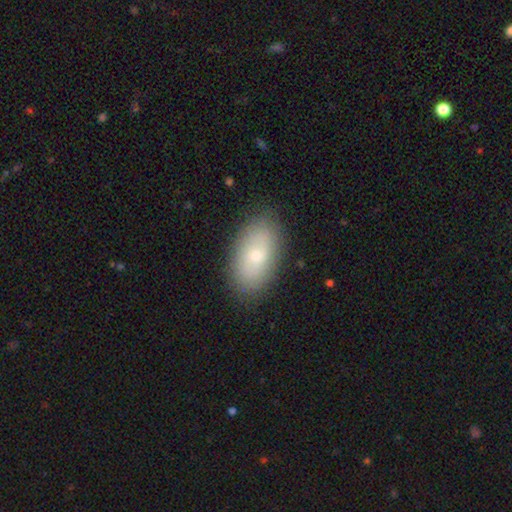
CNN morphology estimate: Smooth or featured: smooth — 66% (featured or disk — 26%)
How rounded: in between — 92% (round — 6%)
Merging: none — 85% (minor disturbance — 11%)